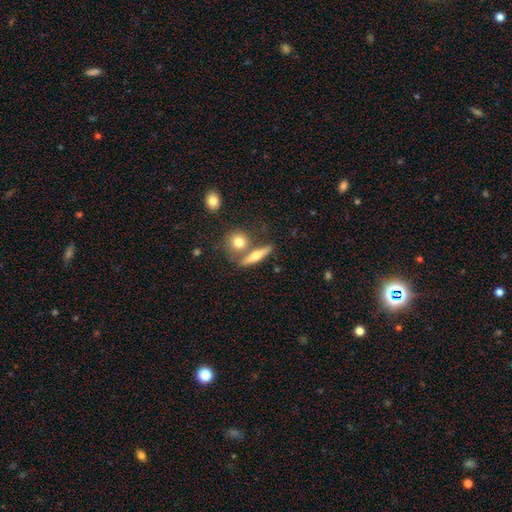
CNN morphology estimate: This is possibly a smooth galaxy (55%). How rounded: possibly cigar-shaped (60%). Merging: likely none (68%).